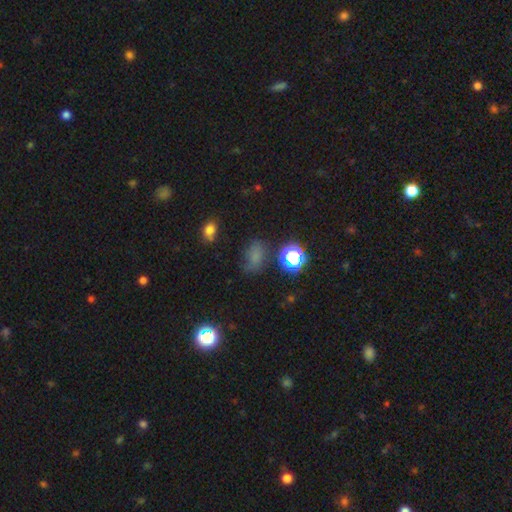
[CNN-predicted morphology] Q: Smooth or featured?
A: smooth (65%); runner-up: star or artifact (26%)
Q: How rounded?
A: in between (72%); runner-up: round (26%)
Q: Merging?
A: none (59%); runner-up: minor disturbance (25%)